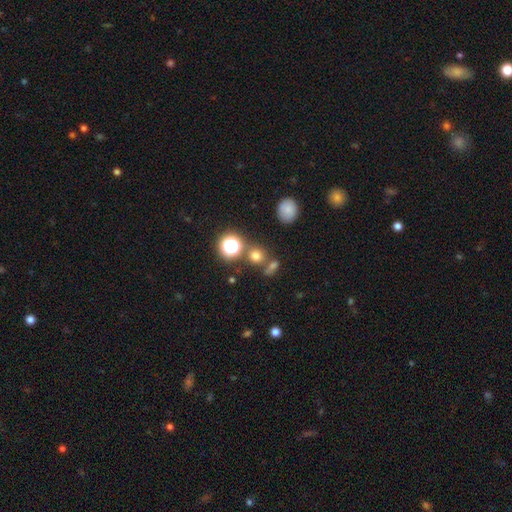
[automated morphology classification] The model was most divided on "smooth or featured": smooth: 68%, star or artifact: 25%, featured or disk: 7%. More confident: how rounded — round (84%); merging — none (68%).